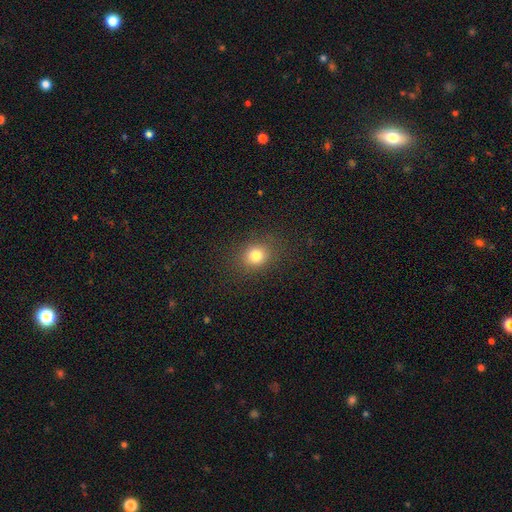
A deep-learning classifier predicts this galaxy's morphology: Q: Smooth or featured?
A: smooth (79%); runner-up: star or artifact (14%)
Q: How rounded?
A: round (70%); runner-up: in between (29%)
Q: Merging?
A: none (86%); runner-up: minor disturbance (9%)